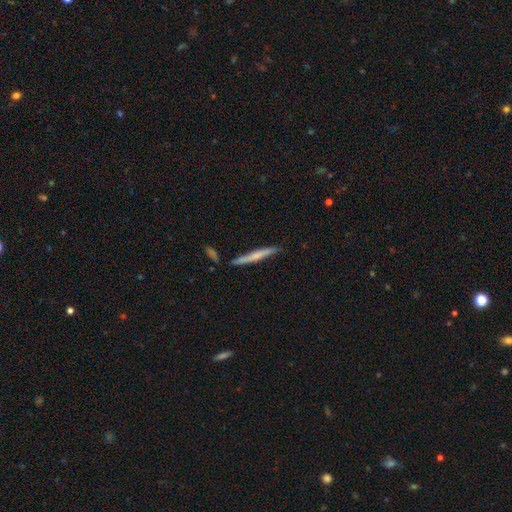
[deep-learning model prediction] A smooth galaxy with no disk features (51%) that is cigar-shaped (96%). Merging: none (82%).